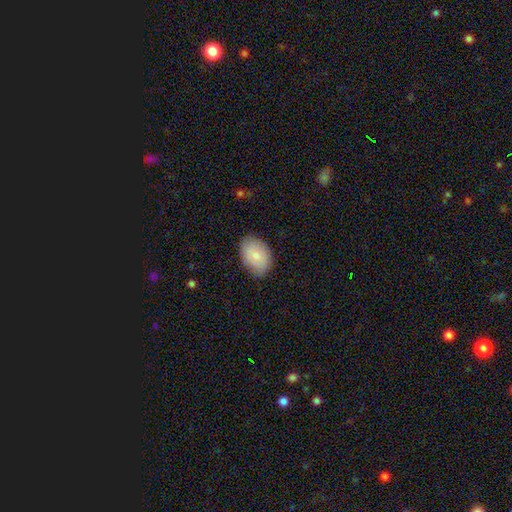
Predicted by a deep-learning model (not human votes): A smooth galaxy with no disk features (77%) that is in between round and cigar-shaped (85%). Merging: none (77%).